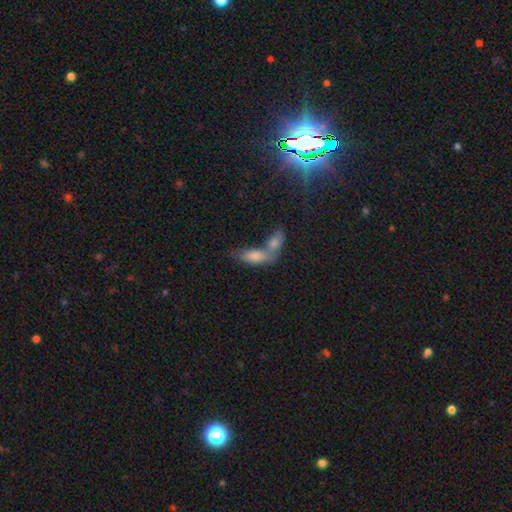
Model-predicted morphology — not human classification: A smooth galaxy with no disk features (64%) that is in between round and cigar-shaped (73%). Merging: merger (64%).